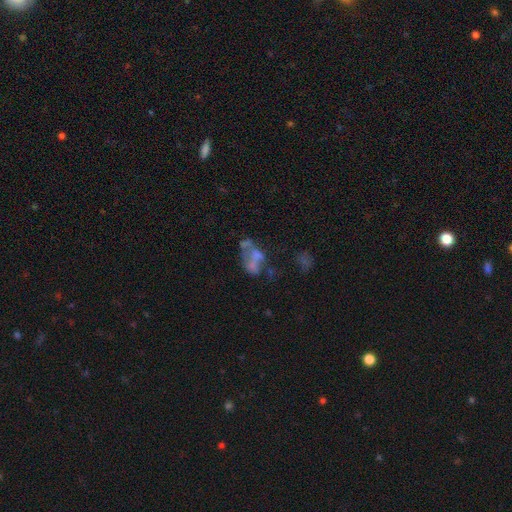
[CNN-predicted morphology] A featured or disk galaxy (47%). Merging: merger (30%, tied with major disturbance).